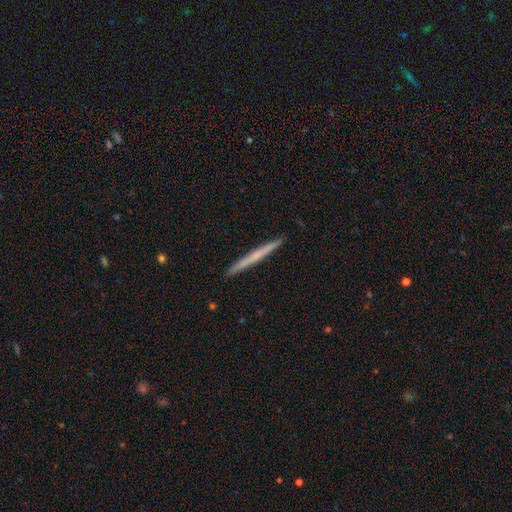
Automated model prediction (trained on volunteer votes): Smooth or featured?
  - featured or disk: 48% *
  - smooth: 47%
  - star or artifact: 5%
Merging?
  - none: 93% *
  - minor disturbance: 5%
  - major disturbance: 1%
  - merger: 1%